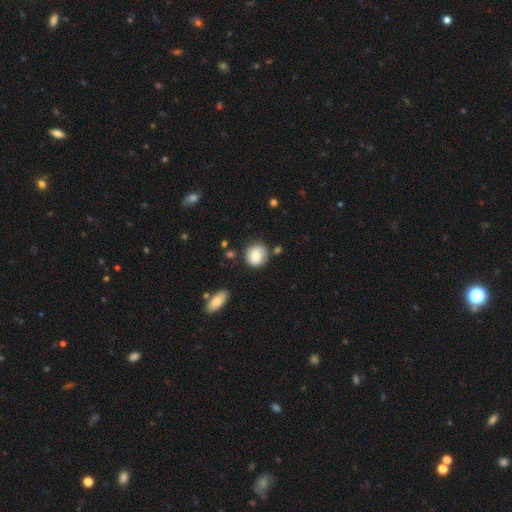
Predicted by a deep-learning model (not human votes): A smooth galaxy with no disk features (80%) that is round (84%). Merging: none (77%).